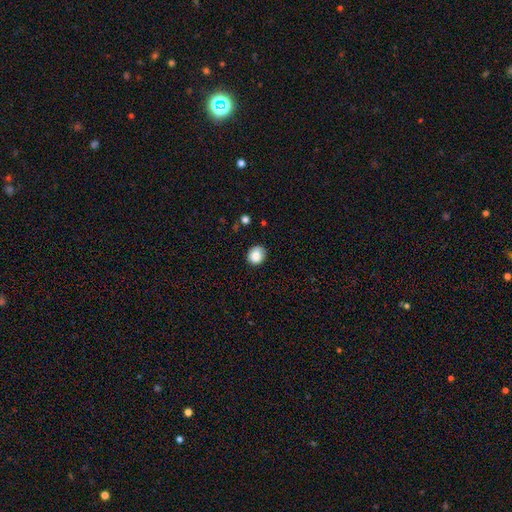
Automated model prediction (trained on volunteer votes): A smooth galaxy with no disk features (87%) that is round (77%). Merging: none (80%).